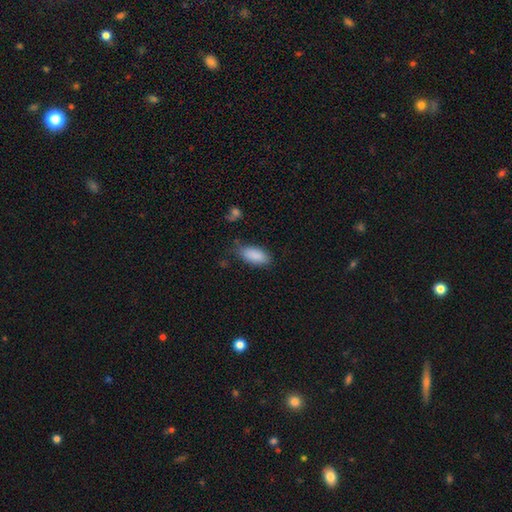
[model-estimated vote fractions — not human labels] Smooth or featured? smooth (89%)
How rounded? in between (89%)
Merging? none (74%)